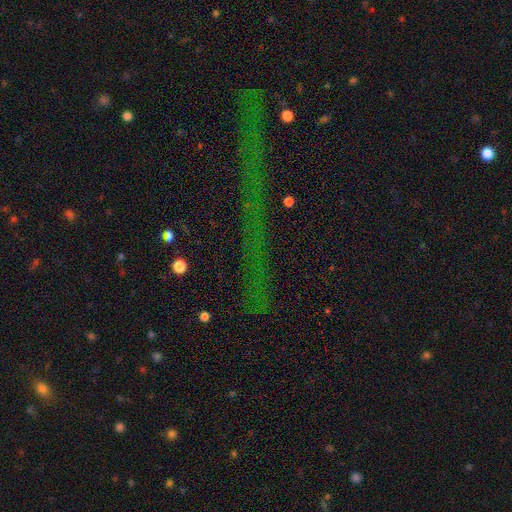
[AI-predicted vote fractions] The model was most divided on "smooth or featured": star or artifact: 80%, smooth: 11%, featured or disk: 10%.